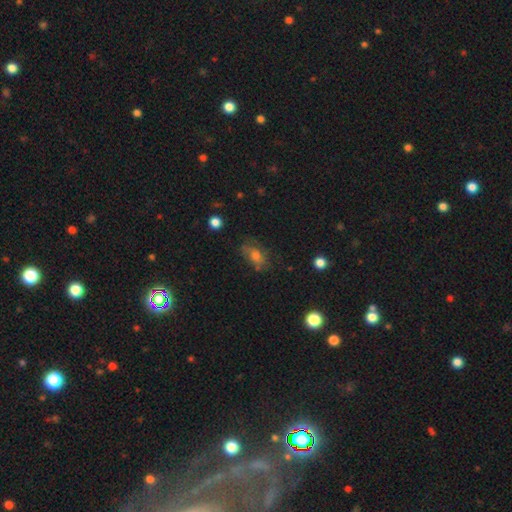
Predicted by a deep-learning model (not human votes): The model was most divided on "smooth or featured": smooth: 58%, featured or disk: 24%, star or artifact: 18%. More confident: how rounded — in between (80%); merging — none (59%).